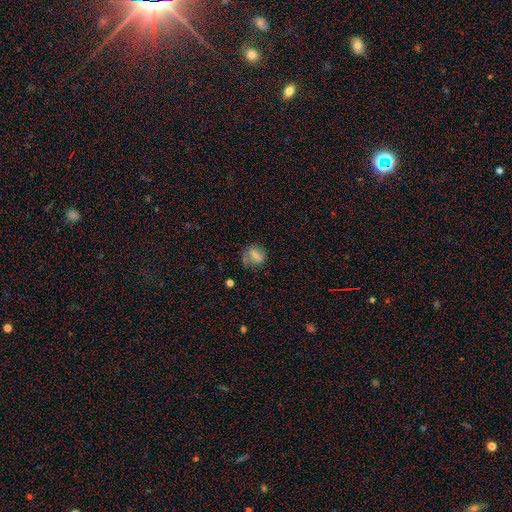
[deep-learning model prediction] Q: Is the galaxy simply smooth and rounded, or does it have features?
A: smooth — 61%.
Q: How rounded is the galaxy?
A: round — 69%.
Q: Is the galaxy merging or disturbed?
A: none — 66%.